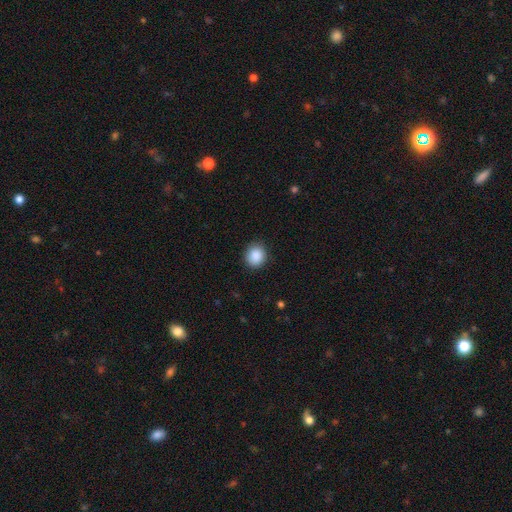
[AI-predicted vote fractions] smooth 89%, star or artifact 8%, featured or disk 3%. Down the decision tree: how rounded — round (78%); merging — none (88%).